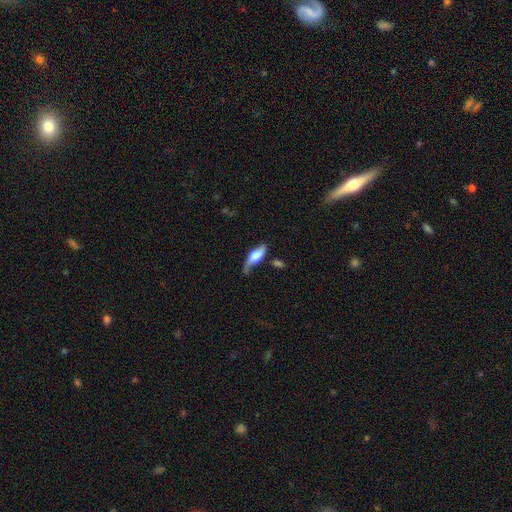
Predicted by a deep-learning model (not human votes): Smooth or featured: smooth — 53% (featured or disk — 41%)
How rounded: in between — 62% (cigar-shaped — 35%)
Merging: none — 41% (minor disturbance — 35%)